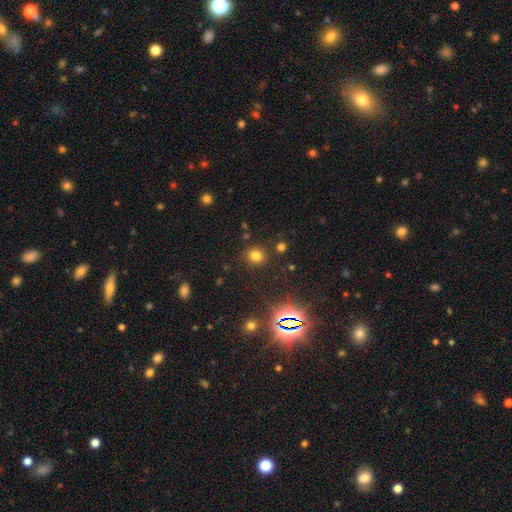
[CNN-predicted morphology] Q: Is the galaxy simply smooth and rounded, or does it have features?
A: smooth — 75%.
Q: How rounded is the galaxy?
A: round — 85%.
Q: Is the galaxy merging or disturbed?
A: none — 85%.